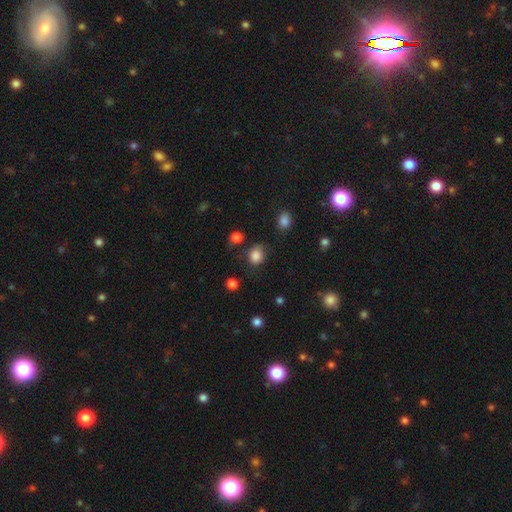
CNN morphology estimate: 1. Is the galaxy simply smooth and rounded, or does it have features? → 84% smooth, 12% star or artifact, 5% featured or disk.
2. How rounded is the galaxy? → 76% round, 23% in between, 1% cigar-shaped.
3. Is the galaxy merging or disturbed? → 70% none, 19% minor disturbance, 7% major disturbance, 4% merger.